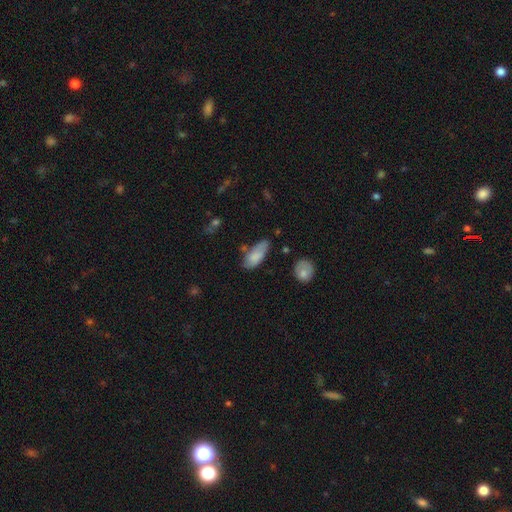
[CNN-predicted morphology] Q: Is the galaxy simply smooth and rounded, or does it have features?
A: smooth — 80%.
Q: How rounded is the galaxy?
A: in between — 84%.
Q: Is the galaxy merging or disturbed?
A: none — 49%.